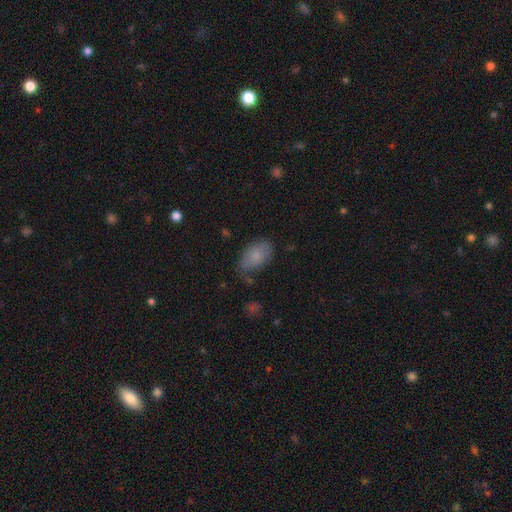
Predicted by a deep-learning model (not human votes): Smooth or featured: smooth — 80% (featured or disk — 12%)
How rounded: in between — 91% (round — 7%)
Merging: none — 59% (minor disturbance — 28%)